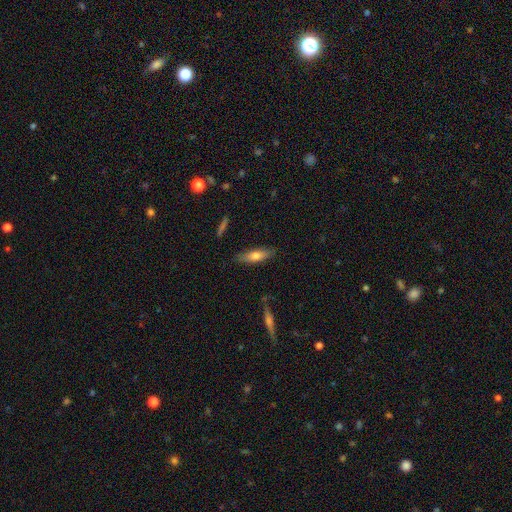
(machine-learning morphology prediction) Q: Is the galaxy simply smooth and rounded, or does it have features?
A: smooth — 66%.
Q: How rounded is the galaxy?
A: cigar-shaped — 57%.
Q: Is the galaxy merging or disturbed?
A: none — 81%.